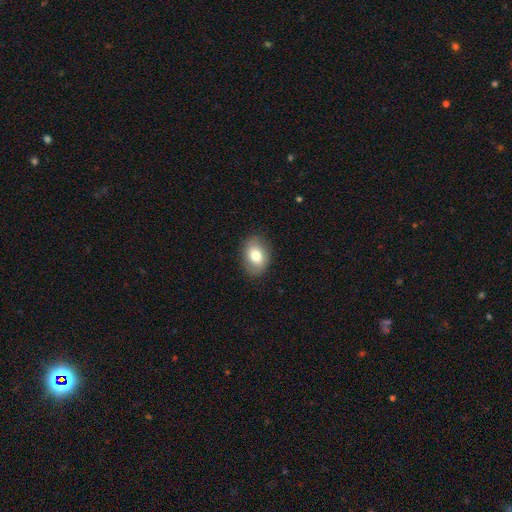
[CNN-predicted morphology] Smooth or featured? Predicted: smooth (p=0.77). How rounded? Predicted: in between (p=0.72). Merging? Predicted: none (p=0.86).